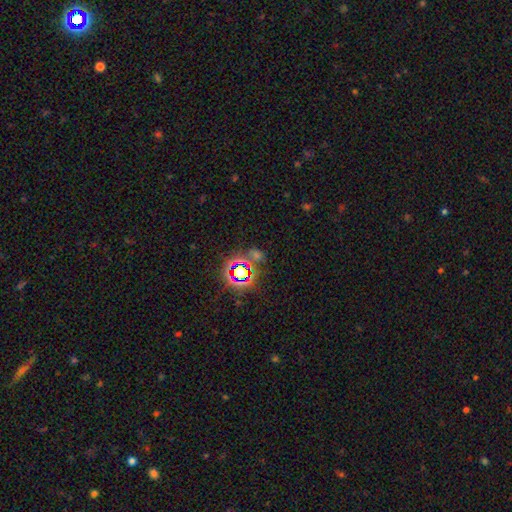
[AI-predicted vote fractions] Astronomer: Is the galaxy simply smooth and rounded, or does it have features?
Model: star or artifact — 66%.